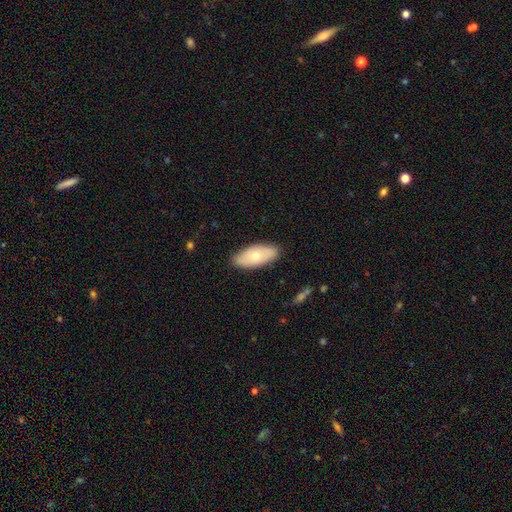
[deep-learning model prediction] Smooth or featured?
  - smooth: 62% *
  - featured or disk: 32%
  - star or artifact: 6%
How rounded?
  - in between: 89% *
  - cigar-shaped: 8%
  - round: 3%
Merging?
  - none: 85% *
  - minor disturbance: 12%
  - major disturbance: 2%
  - merger: 1%